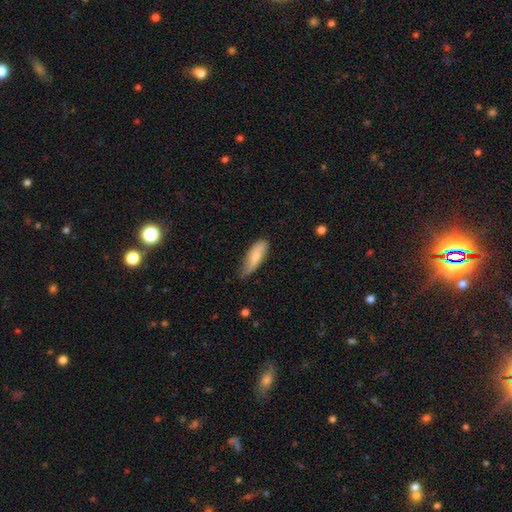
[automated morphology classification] This appears to be a smooth galaxy with no disk features (74%) that is in between round and cigar-shaped (61%). Merging: minor disturbance (45%).